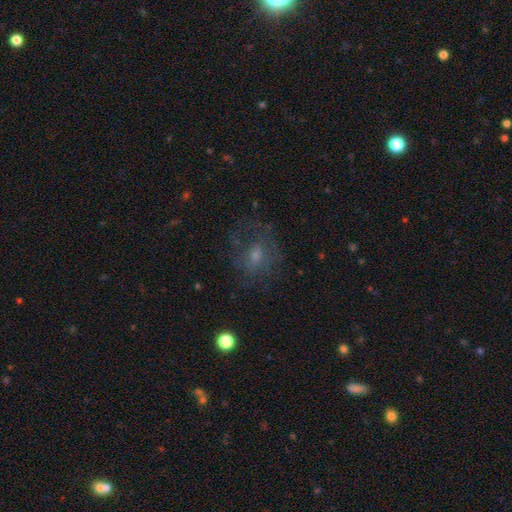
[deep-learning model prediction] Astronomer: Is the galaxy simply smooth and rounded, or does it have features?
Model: featured or disk — 43% (runner-up: smooth, 40%).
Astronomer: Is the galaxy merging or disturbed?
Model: none — 54%.